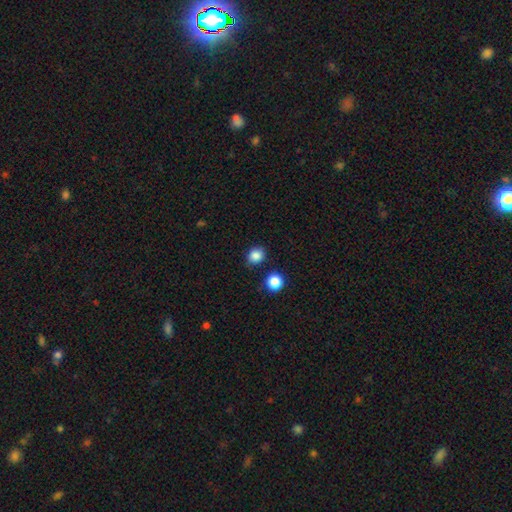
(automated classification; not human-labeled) Morphology: type=smooth (85%); roundness=round (73%); merging=none (83%).